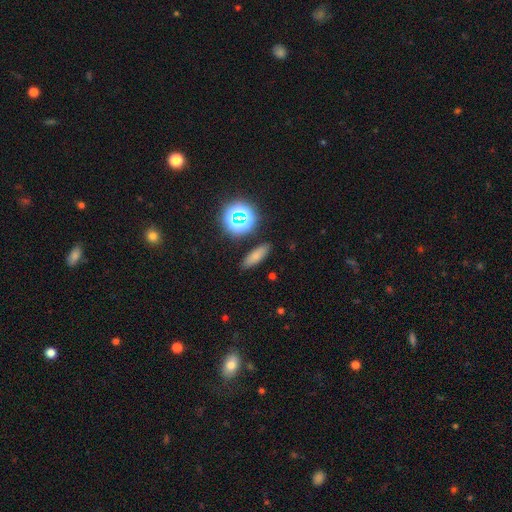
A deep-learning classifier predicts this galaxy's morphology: type=smooth (72%); roundness=in between (50%); merging=none (86%).